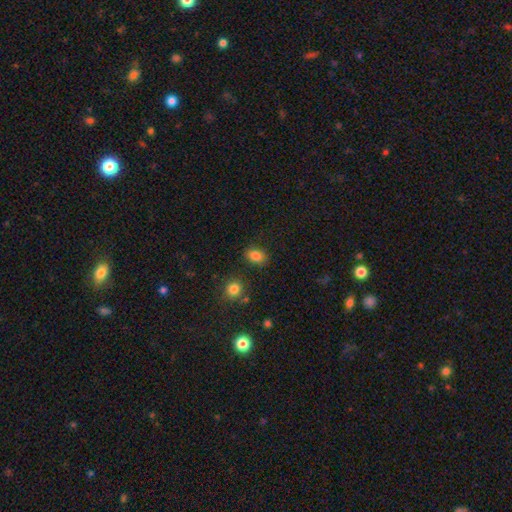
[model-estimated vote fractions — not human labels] smooth 84%, star or artifact 11%, featured or disk 5%. Down the decision tree: how rounded — in between (72%); merging — none (81%).